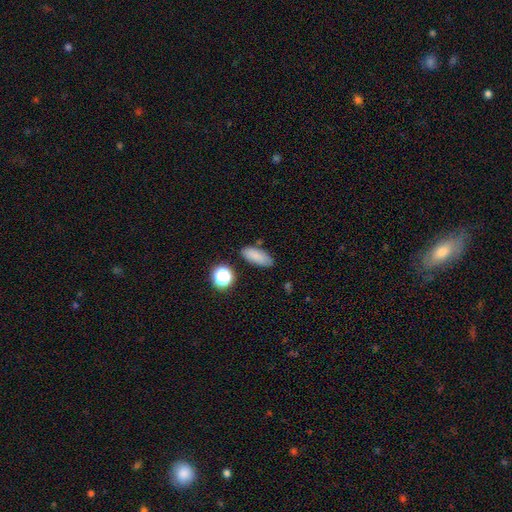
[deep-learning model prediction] Q: Smooth or featured?
A: smooth (82%); runner-up: star or artifact (10%)
Q: How rounded?
A: in between (79%); runner-up: cigar-shaped (16%)
Q: Merging?
A: none (80%); runner-up: minor disturbance (13%)